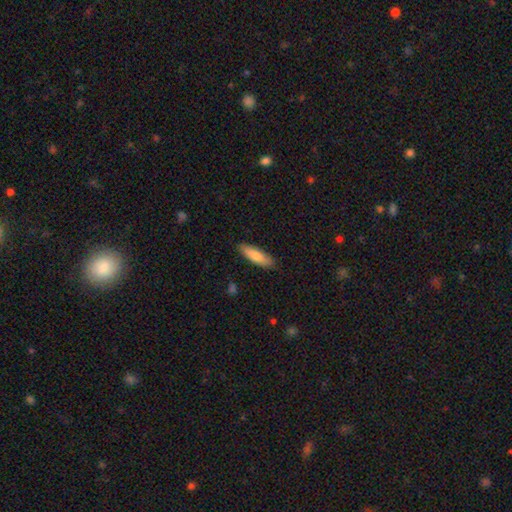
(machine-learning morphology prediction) type=smooth (79%); roundness=cigar-shaped (51%); merging=none (86%).